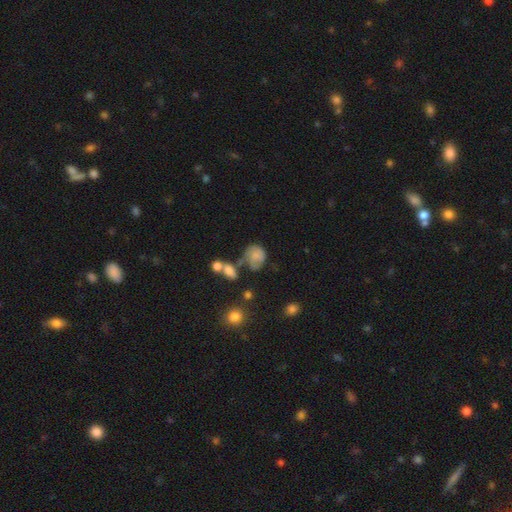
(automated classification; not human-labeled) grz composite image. It shows a smooth galaxy with no disk features (63%) that is round (51%). Merging: none (31%).